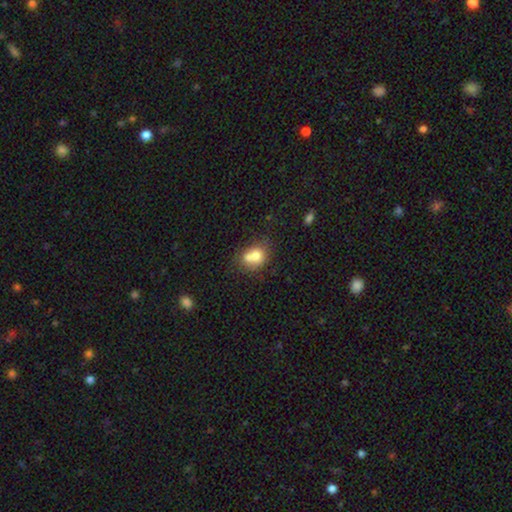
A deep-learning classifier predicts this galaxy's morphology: The model was most divided on "merging": merger: 54%, none: 32%, minor disturbance: 10%, major disturbance: 4%. More confident: smooth or featured — smooth (70%); how rounded — round (61%).